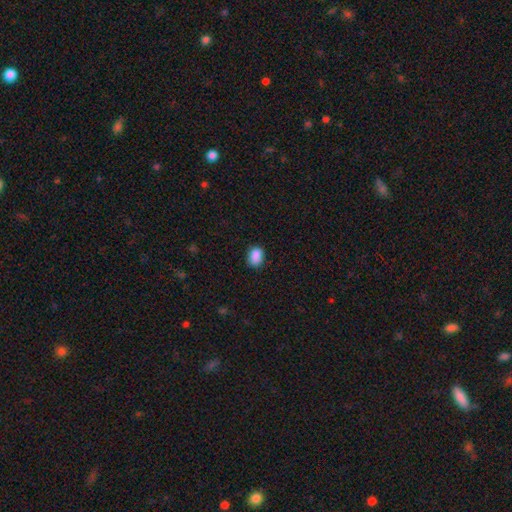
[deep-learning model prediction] This appears to be a smooth galaxy with no disk features (88%) that is in between round and cigar-shaped (73%). Merging: none (76%).